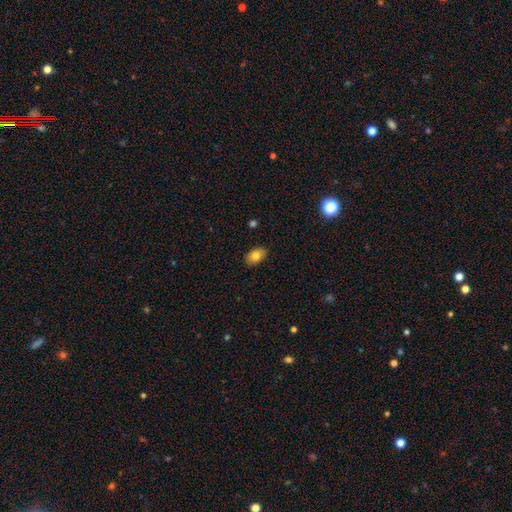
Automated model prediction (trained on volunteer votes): Smooth or featured: smooth — 79% (featured or disk — 12%)
How rounded: in between — 87% (round — 11%)
Merging: none — 87% (minor disturbance — 10%)